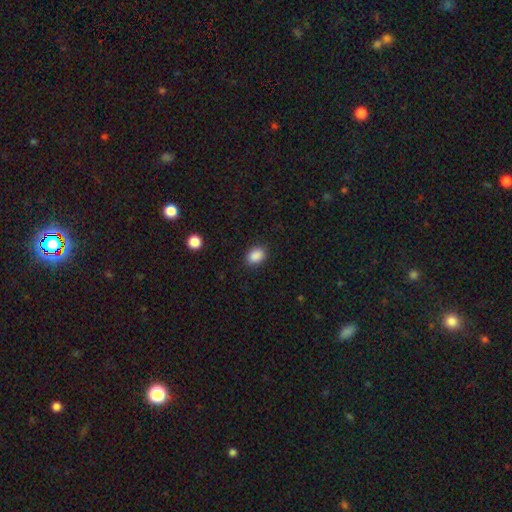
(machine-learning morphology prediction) This appears to be a smooth galaxy with no disk features (88%) that is in between round and cigar-shaped (73%). Merging: none (87%).